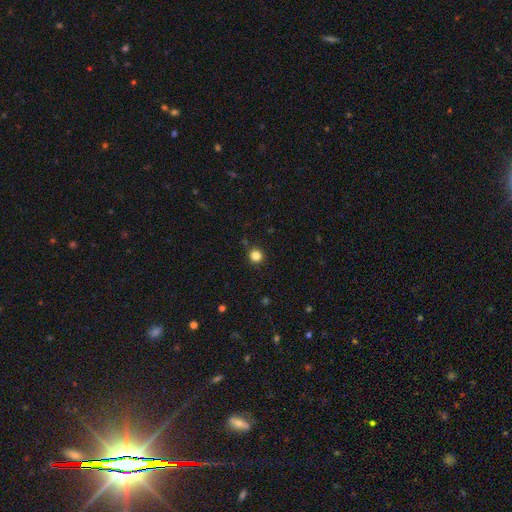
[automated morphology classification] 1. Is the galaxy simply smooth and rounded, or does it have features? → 83% smooth, 13% star or artifact, 4% featured or disk.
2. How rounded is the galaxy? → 94% round, 5% in between, 1% cigar-shaped.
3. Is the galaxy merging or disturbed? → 90% none, 6% minor disturbance, 2% merger, 2% major disturbance.